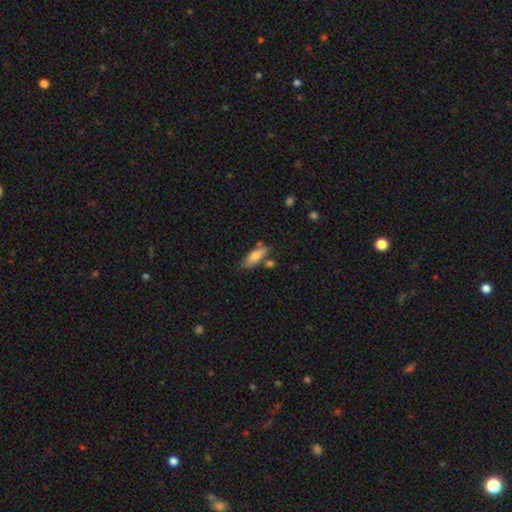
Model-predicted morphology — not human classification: The model was most divided on "how rounded": in between: 61%, cigar-shaped: 36%, round: 3%. More confident: smooth or featured — smooth (74%); merging — none (61%).